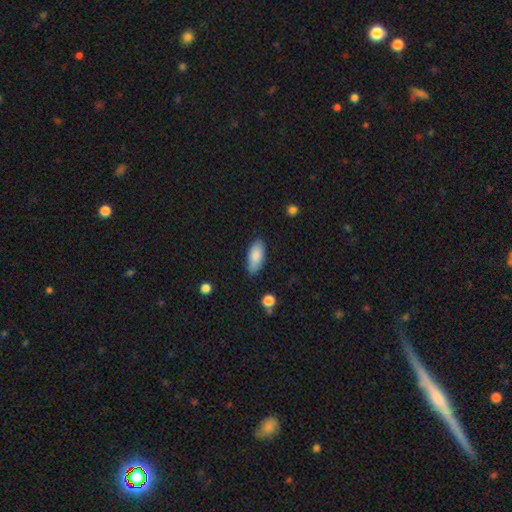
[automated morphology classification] Smooth or featured?
  - smooth: 85% *
  - featured or disk: 9%
  - star or artifact: 6%
How rounded?
  - in between: 85% *
  - cigar-shaped: 13%
  - round: 2%
Merging?
  - none: 80% *
  - minor disturbance: 15%
  - major disturbance: 3%
  - merger: 2%